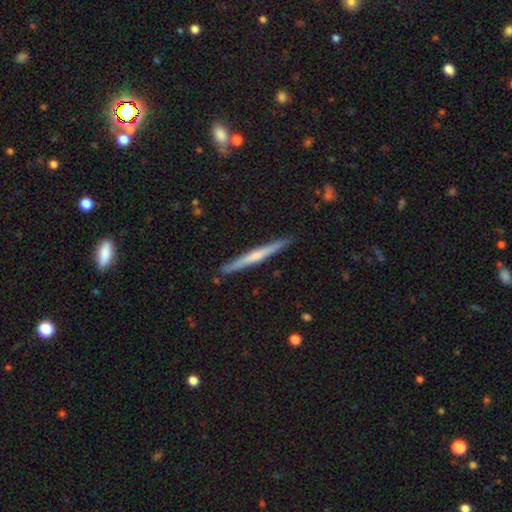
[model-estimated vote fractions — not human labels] The model was most divided on "edge-on bulge": none: 47%, rounded: 46%, boxy: 7%. More confident: edge-on disk — yes (97%); merging — none (90%); smooth or featured — featured or disk (57%).